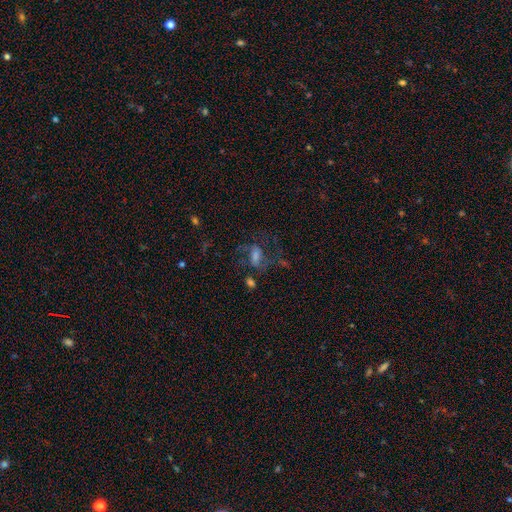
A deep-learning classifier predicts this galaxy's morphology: Smooth or featured? featured or disk (51%)
Edge-on disk? no (94%)
Merging? none (47%)